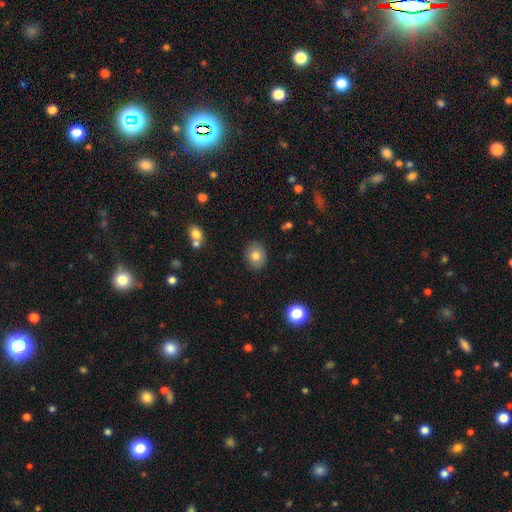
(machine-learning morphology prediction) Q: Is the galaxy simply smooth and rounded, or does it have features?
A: smooth — 78%.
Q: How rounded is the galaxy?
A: round — 51%.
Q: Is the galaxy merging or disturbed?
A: none — 87%.